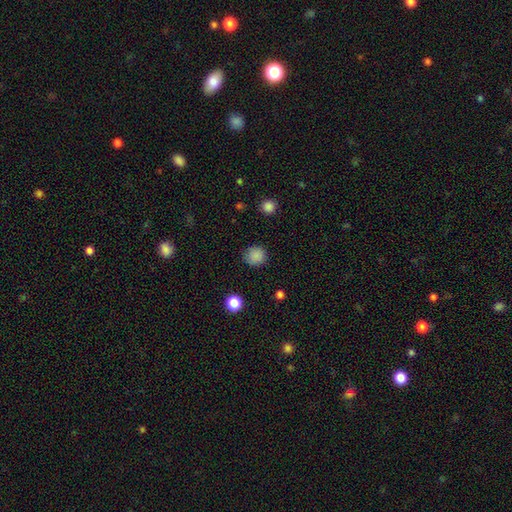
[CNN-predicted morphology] Q: Smooth or featured?
A: smooth (86%); runner-up: star or artifact (11%)
Q: How rounded?
A: round (89%); runner-up: in between (10%)
Q: Merging?
A: none (86%); runner-up: minor disturbance (10%)